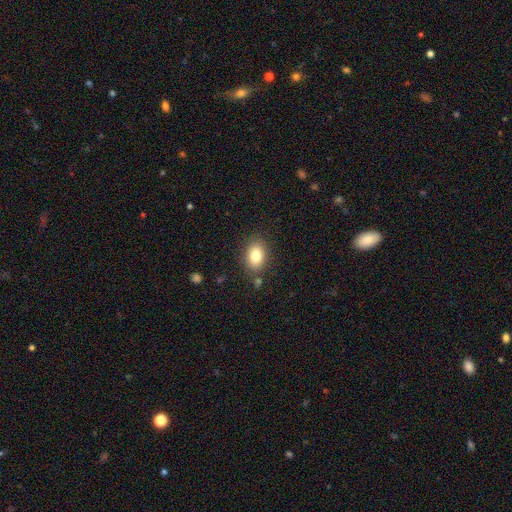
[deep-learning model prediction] This is clearly a smooth galaxy (81%). How rounded: likely in between (79%). Merging: clearly none (83%).